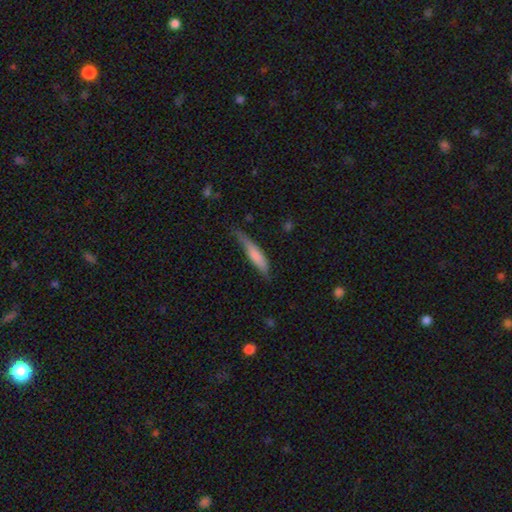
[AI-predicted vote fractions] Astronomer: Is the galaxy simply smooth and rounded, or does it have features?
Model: smooth — 72%.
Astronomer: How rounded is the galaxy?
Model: cigar-shaped — 84%.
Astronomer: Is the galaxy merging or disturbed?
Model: none — 57% (runner-up: minor disturbance, 33%).